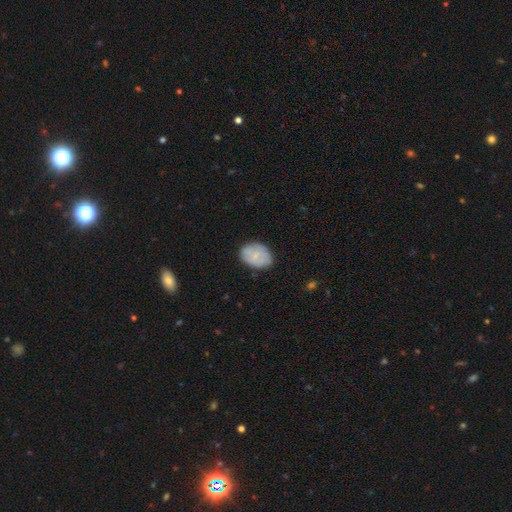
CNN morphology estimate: A smooth galaxy with no disk features (73%) that is in between round and cigar-shaped (79%). Merging: none (75%).